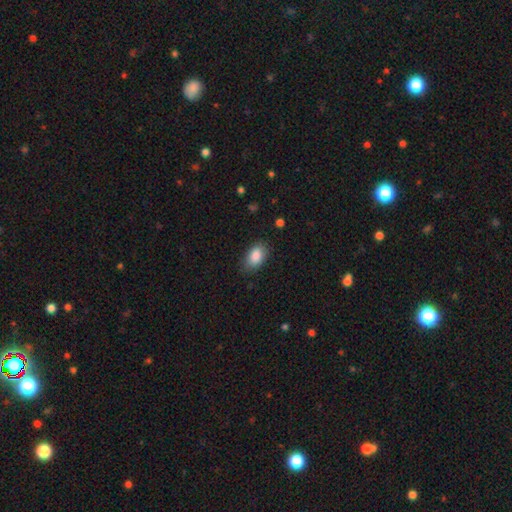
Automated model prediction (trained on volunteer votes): Overall: smooth (87%). How rounded: in between (91%). Merging: none (79%).